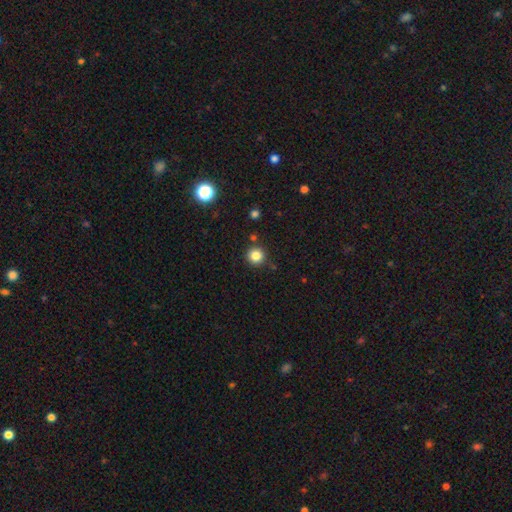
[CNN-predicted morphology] The model was most divided on "smooth or featured": smooth: 83%, star or artifact: 12%, featured or disk: 5%. More confident: how rounded — round (95%); merging — none (87%).